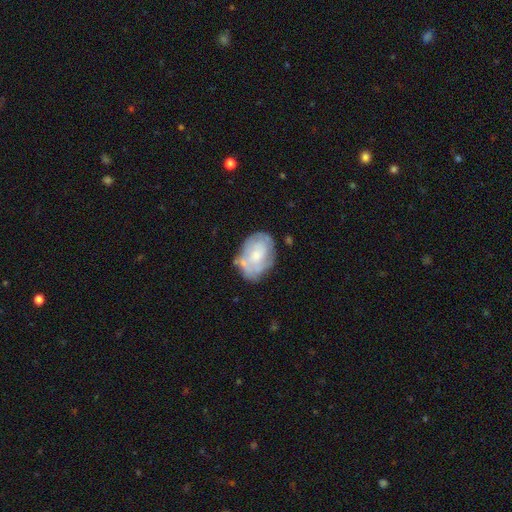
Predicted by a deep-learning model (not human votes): The model was most divided on "spiral arms": yes: 55%, no: 45%. Remaining: edge-on disk — no (96%); bar — no (78%); merging — none (61%); smooth or featured — featured or disk (55%); bulge size — moderate (45%).